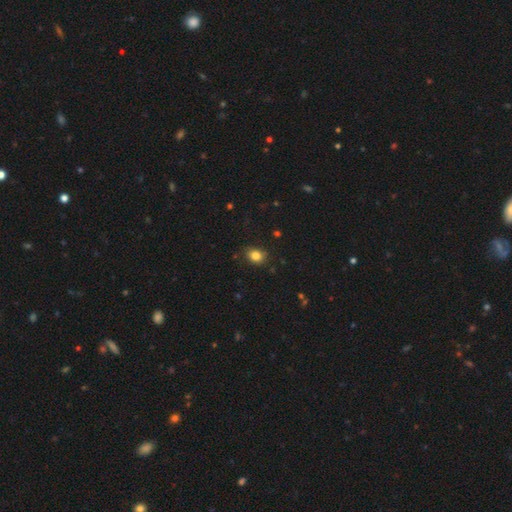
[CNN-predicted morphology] smooth_or_featured: smooth (p=0.83) [alt: star or artifact p=0.11]
how_rounded: round (p=0.50) [alt: in between p=0.49]
merging: none (p=0.83) [alt: minor disturbance p=0.13]